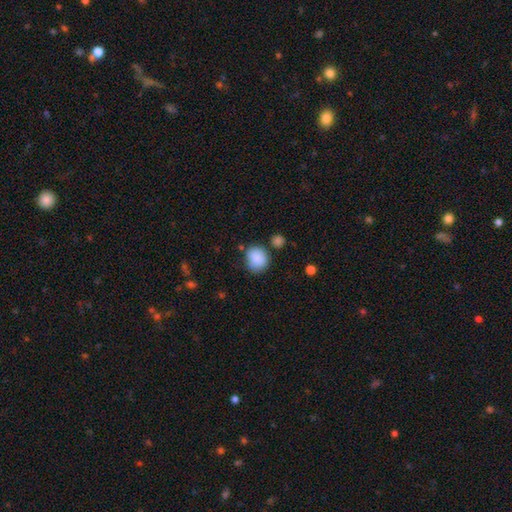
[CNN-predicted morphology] smooth_or_featured: smooth (p=0.87) [alt: star or artifact p=0.08]
how_rounded: round (p=0.69) [alt: in between p=0.30]
merging: none (p=0.69) [alt: minor disturbance p=0.20]